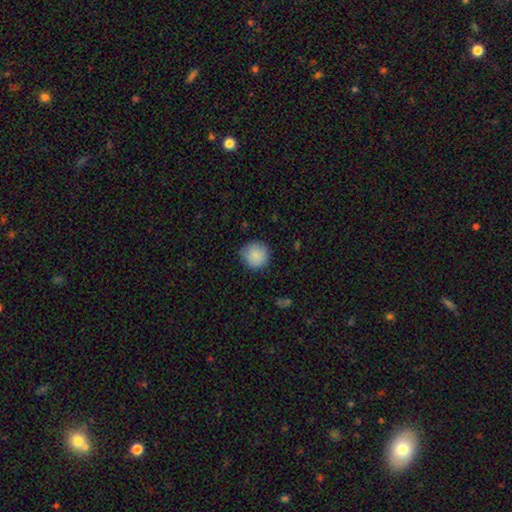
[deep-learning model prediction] smooth-or-featured: smooth: 88% | star or artifact: 8% | featured or disk: 5%
  how-rounded: round: 94% | in between: 5% | cigar-shaped: 1%
  merging: none: 82% | minor disturbance: 14% | major disturbance: 3% | merger: 1%